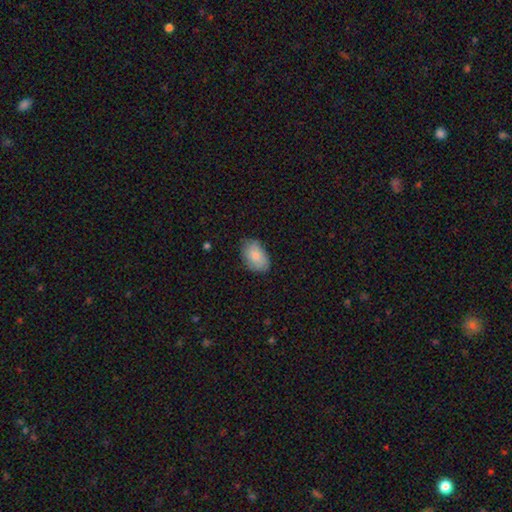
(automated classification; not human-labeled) smooth 84%, featured or disk 9%, star or artifact 6%. Down the decision tree: how rounded — in between (90%); merging — none (78%).